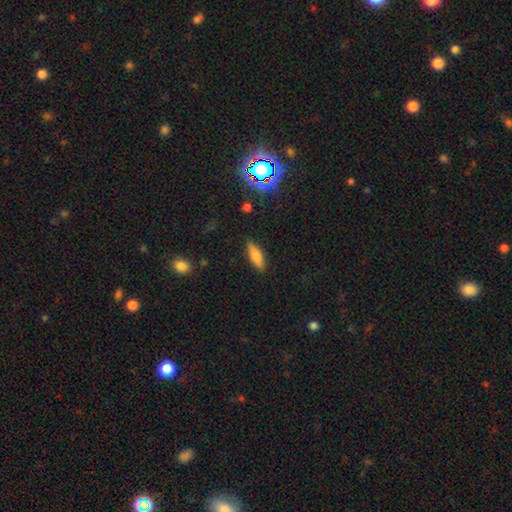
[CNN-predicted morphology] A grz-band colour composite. It shows a smooth galaxy with no disk features (70%) that is in between round and cigar-shaped (51%). Merging: none (86%).